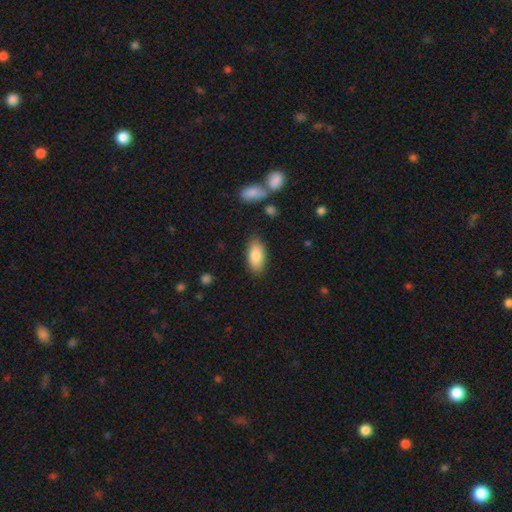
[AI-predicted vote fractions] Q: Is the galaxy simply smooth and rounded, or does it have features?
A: smooth — 83%.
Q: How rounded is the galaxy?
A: in between — 90%.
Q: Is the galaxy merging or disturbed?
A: none — 84%.